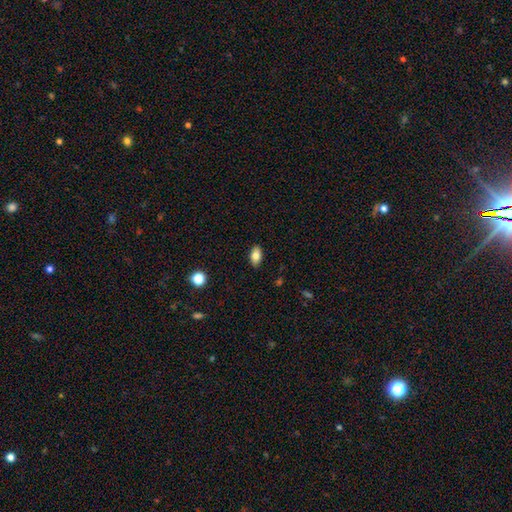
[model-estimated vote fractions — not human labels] This appears to be a smooth galaxy with no disk features (81%) that is in between round and cigar-shaped (91%). Merging: none (88%).